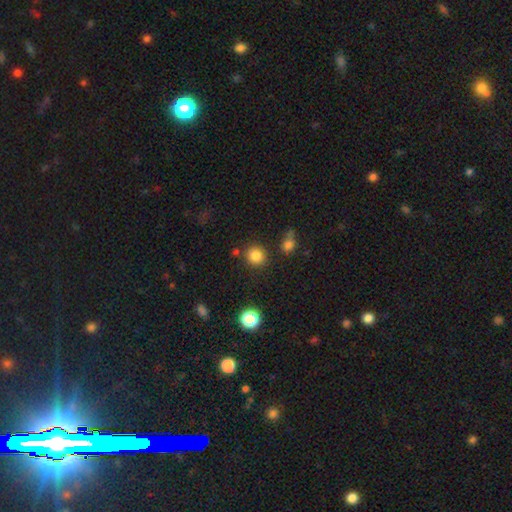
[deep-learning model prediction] Overall: smooth (83%). How rounded: round (88%). Merging: none (82%).